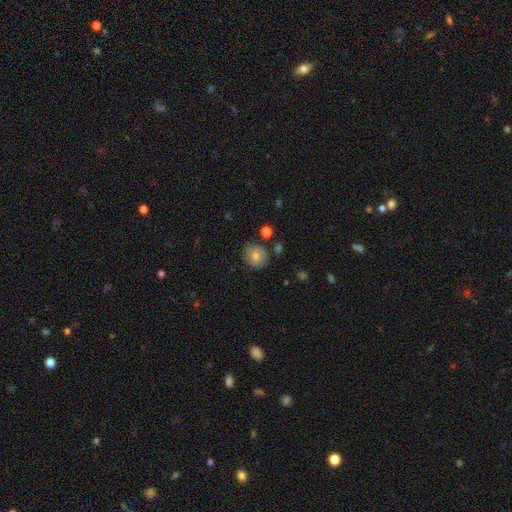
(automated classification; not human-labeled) smooth 67%, featured or disk 24%, star or artifact 9%. Down the decision tree: how rounded — round (69%); merging — none (77%).